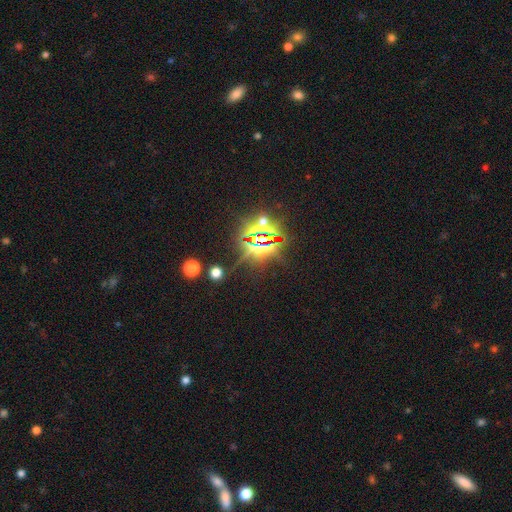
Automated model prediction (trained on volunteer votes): Overall: star or artifact (84%).